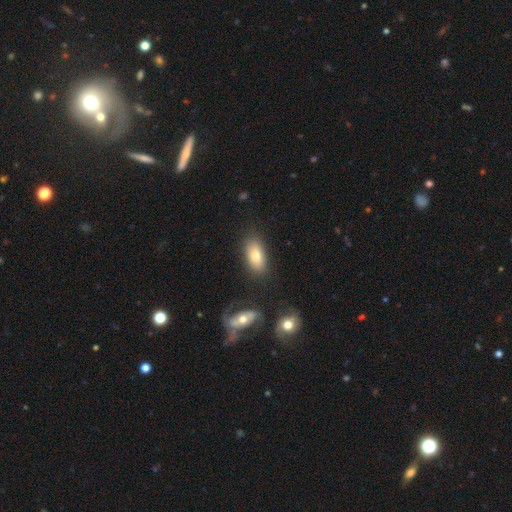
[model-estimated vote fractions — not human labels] This is likely a smooth galaxy (76%). How rounded: clearly in between (90%). Merging: likely none (76%).